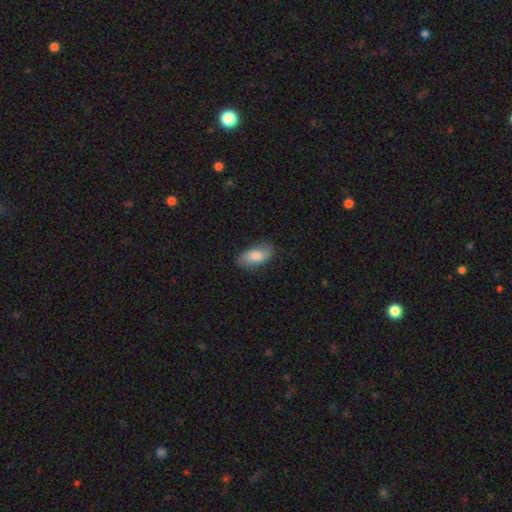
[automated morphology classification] type=smooth (82%); roundness=in between (91%); merging=none (82%).